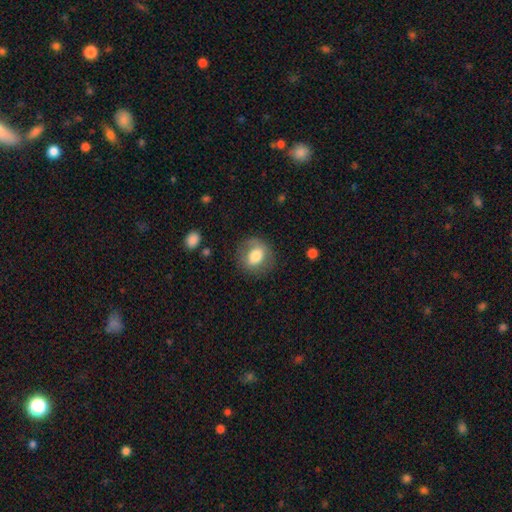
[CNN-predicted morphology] smooth_or_featured: smooth (p=0.70) [alt: featured or disk p=0.22]
how_rounded: round (p=0.66) [alt: in between p=0.33]
merging: none (p=0.76) [alt: minor disturbance p=0.15]